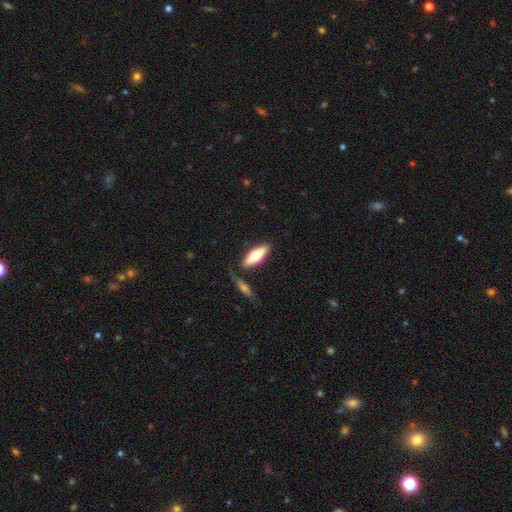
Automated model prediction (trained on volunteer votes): Smooth or featured?
  - smooth: 62% *
  - featured or disk: 33%
  - star or artifact: 5%
How rounded?
  - in between: 54% *
  - cigar-shaped: 44%
  - round: 2%
Merging?
  - none: 77% *
  - minor disturbance: 12%
  - merger: 7%
  - major disturbance: 3%